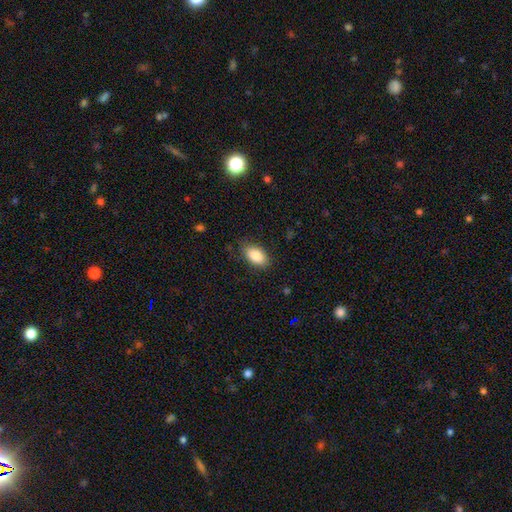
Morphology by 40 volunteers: Overall: smooth (92%). How rounded: in between (92%). Merging: none (65%; minor disturbance 30%).